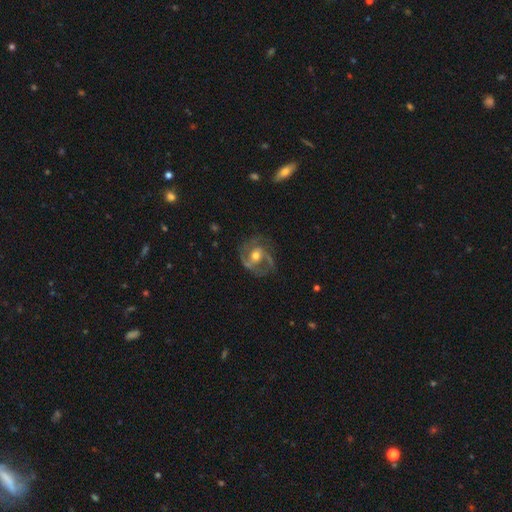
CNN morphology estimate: smooth-or-featured: featured or disk: 81% | smooth: 13% | star or artifact: 6%
  disk-edge-on: no: 97% | yes: 3%
    bar: no: 53% | weak: 35% | strong: 12%
    has-spiral-arms: yes: 89% | no: 11%
      spiral-winding: medium: 51% | tight: 30% | loose: 20%
      spiral-arm-count: 2: 47% | 3: 24% | can't tell: 16% | 1: 5% | 4: 4% | more than 4: 3%
    bulge-size: moderate: 70% | small: 21% | large: 6% | none: 1% | dominant: 1%
  merging: none: 62% | minor disturbance: 20% | major disturbance: 16% | merger: 2%